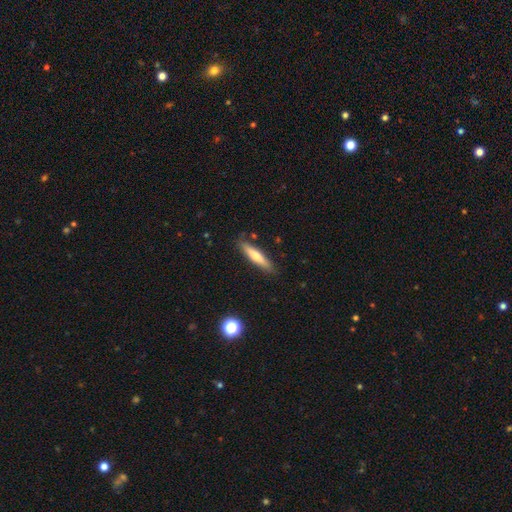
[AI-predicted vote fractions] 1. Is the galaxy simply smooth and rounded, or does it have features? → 59% smooth, 35% featured or disk, 6% star or artifact.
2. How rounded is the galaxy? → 85% cigar-shaped, 13% in between, 2% round.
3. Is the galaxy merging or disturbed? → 86% none, 10% minor disturbance, 2% major disturbance, 2% merger.